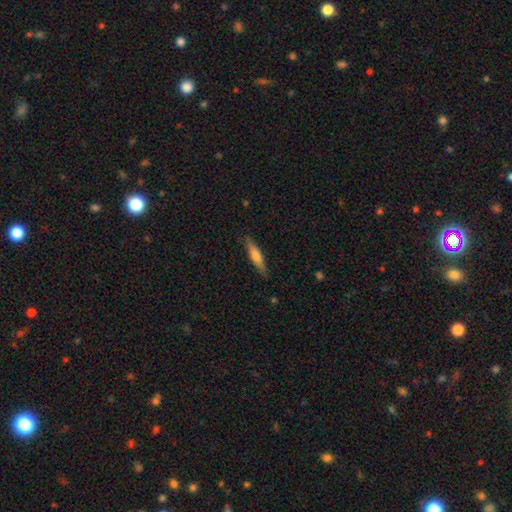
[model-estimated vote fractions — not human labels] Smooth or featured: smooth — 56% (featured or disk — 39%)
How rounded: cigar-shaped — 86% (in between — 12%)
Merging: none — 87% (minor disturbance — 10%)